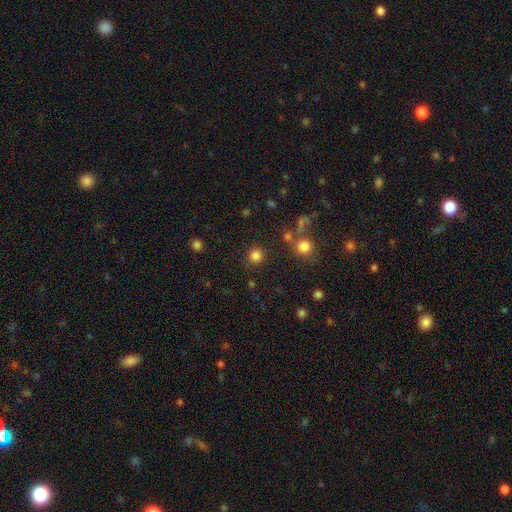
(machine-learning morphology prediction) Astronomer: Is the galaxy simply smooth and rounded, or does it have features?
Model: smooth — 82%.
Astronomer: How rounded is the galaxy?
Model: round — 93%.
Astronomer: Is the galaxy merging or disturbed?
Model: none — 87%.